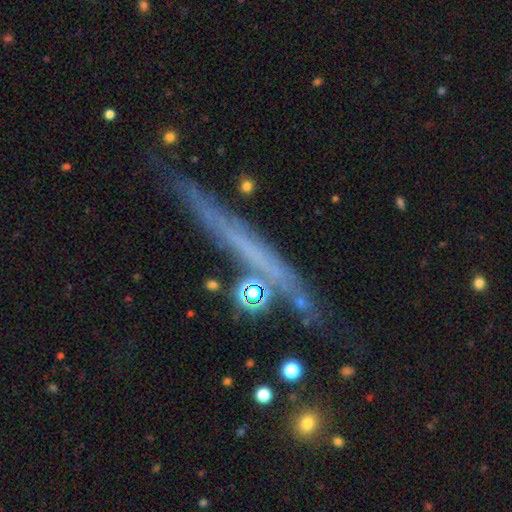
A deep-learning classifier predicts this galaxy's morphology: Q: Smooth or featured?
A: featured or disk (43%); runner-up: star or artifact (29%)
Q: Merging?
A: none (76%); runner-up: minor disturbance (14%)